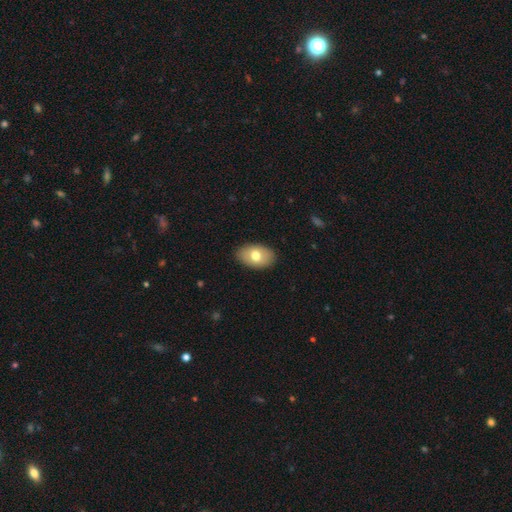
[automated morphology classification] Smooth or featured: smooth — 73% (featured or disk — 21%)
How rounded: in between — 89% (round — 10%)
Merging: none — 87% (minor disturbance — 10%)